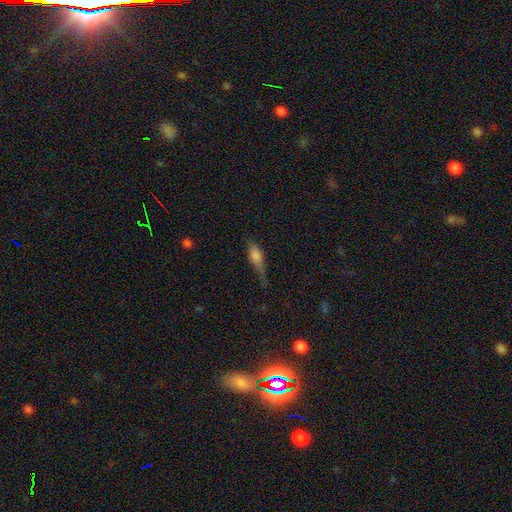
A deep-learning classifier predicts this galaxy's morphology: This is possibly a smooth galaxy (60%). How rounded: possibly in between (49%). Merging: marginally none (45%).